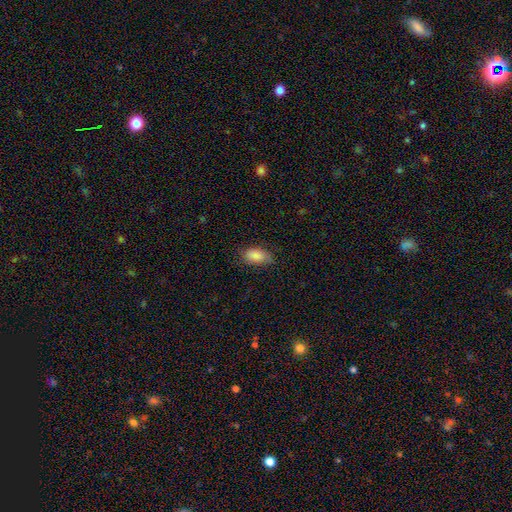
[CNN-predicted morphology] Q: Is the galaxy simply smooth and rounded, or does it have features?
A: smooth — 86%.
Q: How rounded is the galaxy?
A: in between — 92%.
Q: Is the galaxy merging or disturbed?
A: none — 72%.